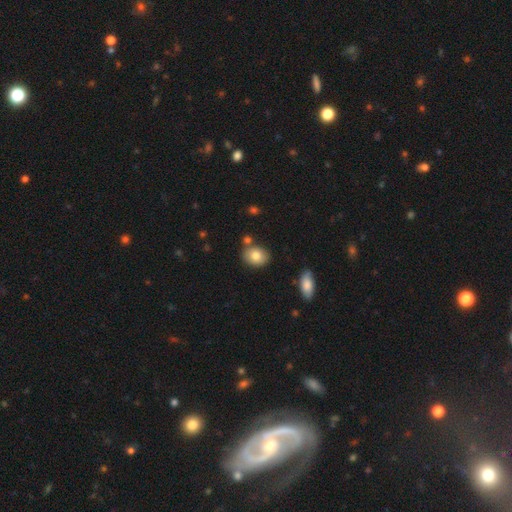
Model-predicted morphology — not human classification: Q: Smooth or featured?
A: smooth (80%); runner-up: featured or disk (12%)
Q: How rounded?
A: in between (59%); runner-up: round (40%)
Q: Merging?
A: none (75%); runner-up: minor disturbance (13%)